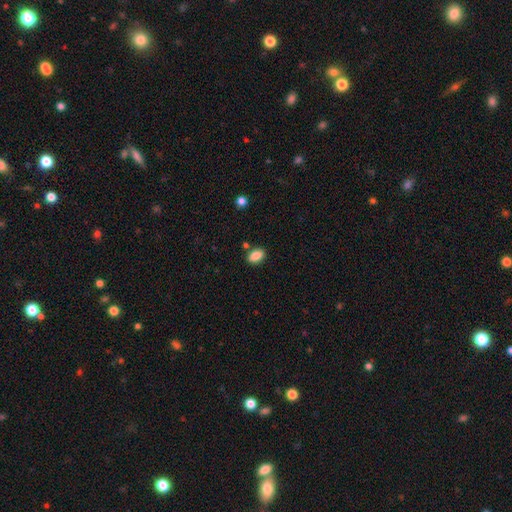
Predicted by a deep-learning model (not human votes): Overall: smooth (88%). How rounded: in between (88%). Merging: none (83%).